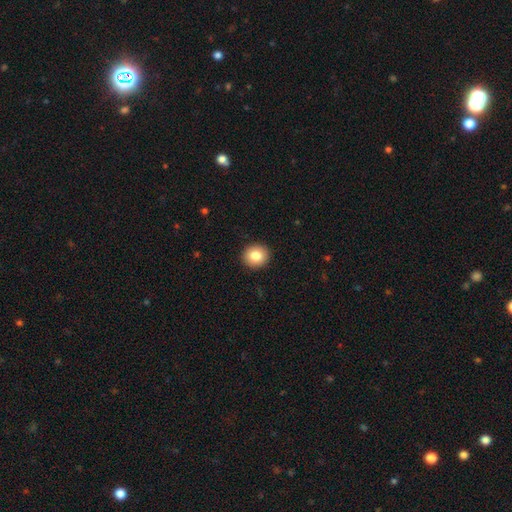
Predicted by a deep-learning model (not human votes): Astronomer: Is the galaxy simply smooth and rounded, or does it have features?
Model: smooth — 84%.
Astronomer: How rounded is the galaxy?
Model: round — 86%.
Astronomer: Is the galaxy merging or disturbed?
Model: none — 93%.